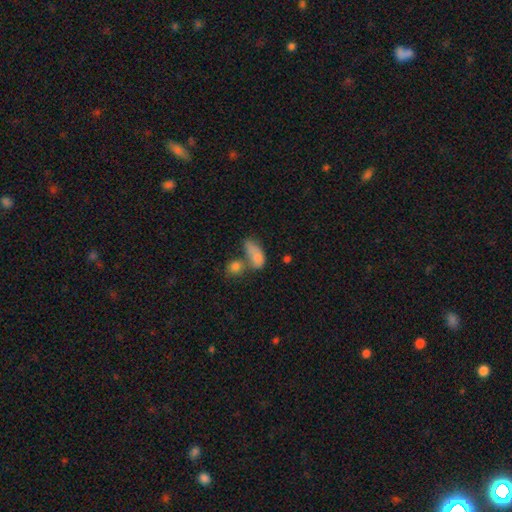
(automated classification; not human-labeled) A smooth galaxy with no disk features (77%) that is in between round and cigar-shaped (82%).

Vote fractions:
- Smooth or featured? smooth: 77% / featured or disk: 14% / star or artifact: 9%
- How rounded? in between: 82% / round: 10% / cigar-shaped: 8%
- Merging? merger: 44% / none: 25% / minor disturbance: 16% / major disturbance: 15%